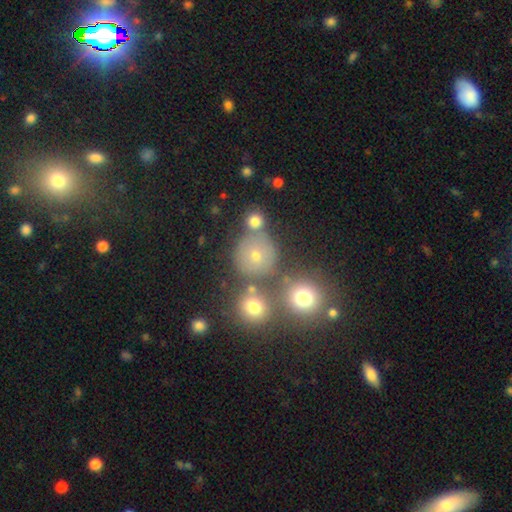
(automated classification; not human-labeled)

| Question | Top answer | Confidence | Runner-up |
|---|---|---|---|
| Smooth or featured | smooth | 42% | star or artifact (41%) |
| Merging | none | 49% | merger (37%) |